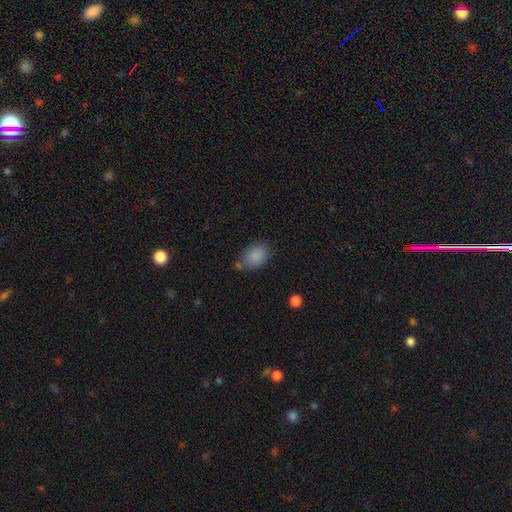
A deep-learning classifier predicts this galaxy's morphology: Smooth or featured? Predicted: smooth (p=0.87). How rounded? Predicted: in between (p=0.73). Merging? Predicted: none (p=0.65).